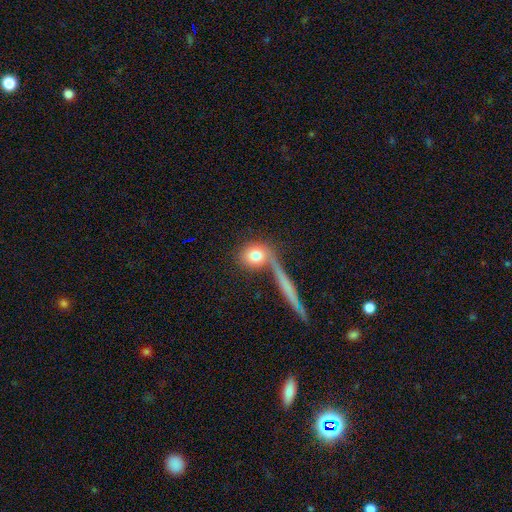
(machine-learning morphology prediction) A smooth galaxy with no disk features (75%) that is round (68%). Merging: none (60%).